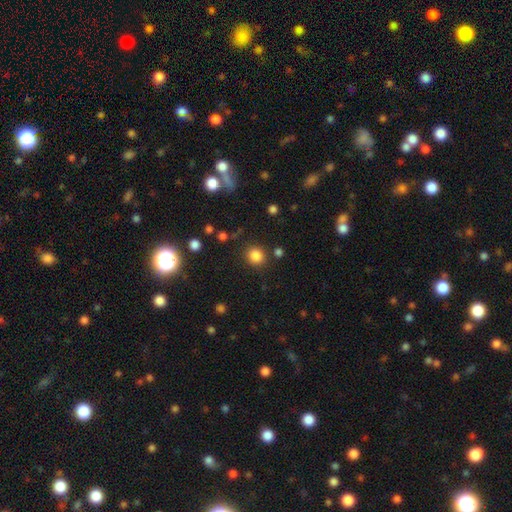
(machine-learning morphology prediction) This is clearly a smooth galaxy (83%). How rounded: clearly round (84%). Merging: clearly none (84%).